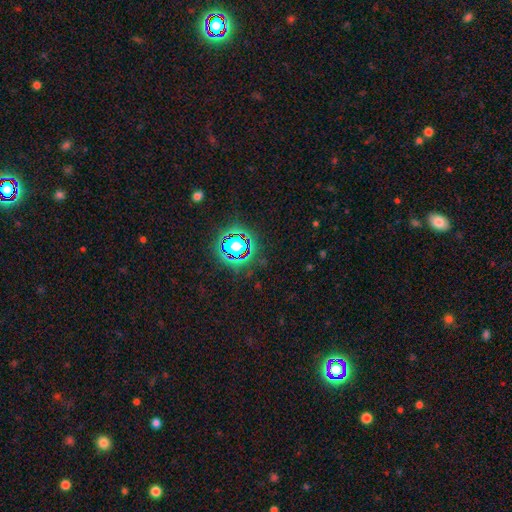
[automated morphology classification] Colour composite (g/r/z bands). It shows a star or artifact, not a galaxy (81%).